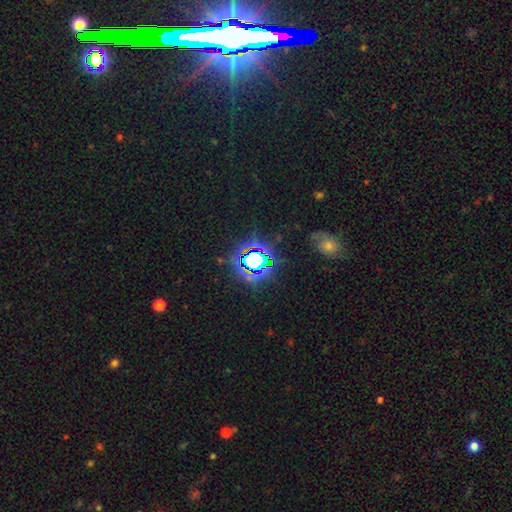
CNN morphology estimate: Smooth or featured? star or artifact (72%)